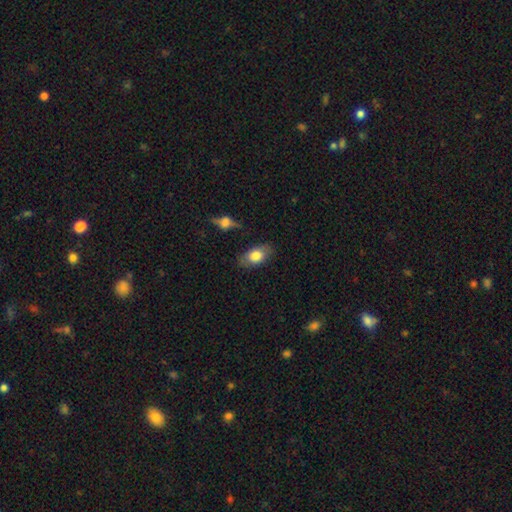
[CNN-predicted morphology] Smooth or featured? Predicted: smooth (p=0.75). How rounded? Predicted: in between (p=0.88). Merging? Predicted: none (p=0.79).